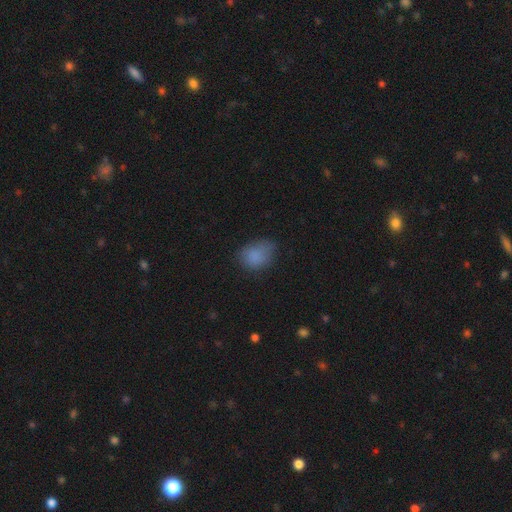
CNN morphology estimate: Smooth or featured: smooth — 82% (star or artifact — 11%)
How rounded: in between — 66% (round — 33%)
Merging: none — 58% (minor disturbance — 30%)